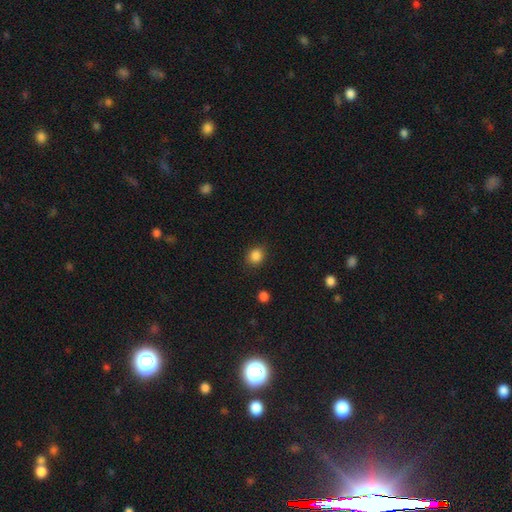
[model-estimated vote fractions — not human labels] A smooth galaxy with no disk features (86%) that is round (75%).

Vote fractions:
- Smooth or featured? smooth: 86% / star or artifact: 11% / featured or disk: 3%
- How rounded? round: 75% / in between: 24% / cigar-shaped: 1%
- Merging? none: 86% / minor disturbance: 10% / major disturbance: 3% / merger: 2%